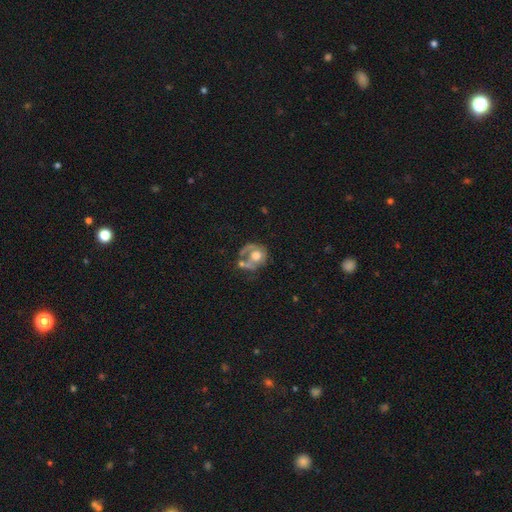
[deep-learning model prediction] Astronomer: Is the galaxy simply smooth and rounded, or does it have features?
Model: featured or disk — 55% (runner-up: smooth, 37%).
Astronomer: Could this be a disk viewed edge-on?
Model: no — 97%.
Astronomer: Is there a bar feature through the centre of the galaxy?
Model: no — 84%.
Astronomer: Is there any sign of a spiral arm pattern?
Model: no — 60% (runner-up: yes, 40%).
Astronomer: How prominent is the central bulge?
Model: moderate — 43% (runner-up: large, 40%).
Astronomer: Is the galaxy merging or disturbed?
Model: none — 31% (runner-up: major disturbance, 29%).